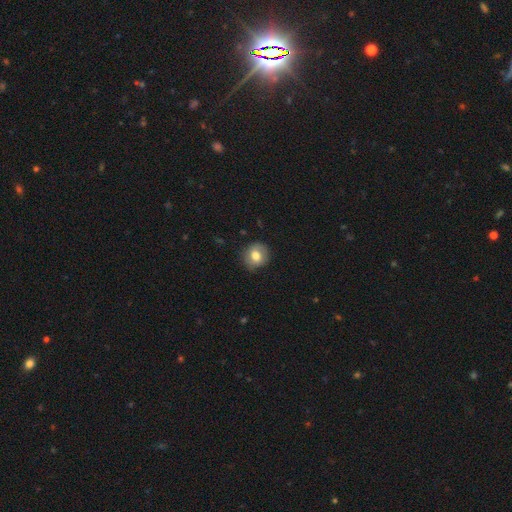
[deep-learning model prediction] smooth-or-featured: smooth: 75% | featured or disk: 17% | star or artifact: 8%
  how-rounded: round: 81% | in between: 18% | cigar-shaped: 1%
  merging: none: 83% | minor disturbance: 13% | major disturbance: 3% | merger: 1%